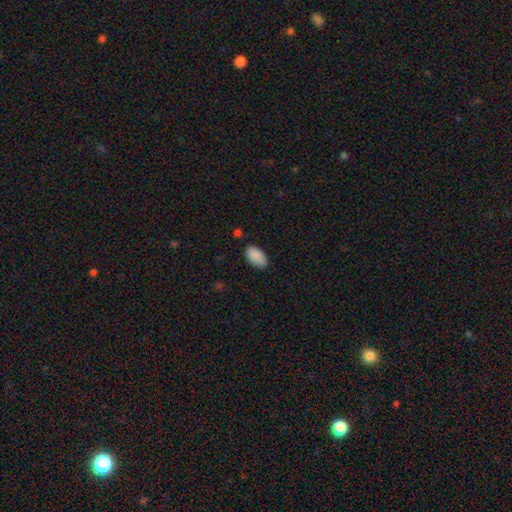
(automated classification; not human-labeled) Q: Smooth or featured?
A: smooth (90%); runner-up: star or artifact (7%)
Q: How rounded?
A: in between (95%); runner-up: round (3%)
Q: Merging?
A: none (82%); runner-up: minor disturbance (14%)